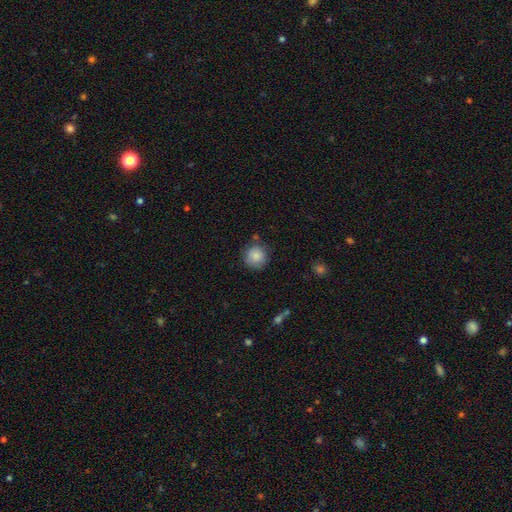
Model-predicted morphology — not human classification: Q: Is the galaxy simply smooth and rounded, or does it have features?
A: smooth — 86%.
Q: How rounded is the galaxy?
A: round — 92%.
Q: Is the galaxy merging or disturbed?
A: none — 77%.